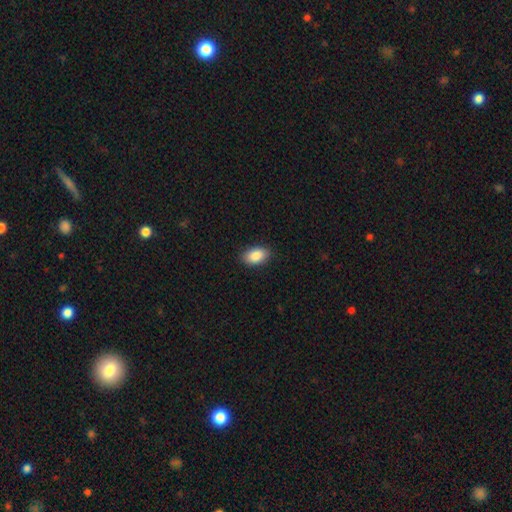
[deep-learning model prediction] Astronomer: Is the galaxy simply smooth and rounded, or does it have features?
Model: smooth — 89%.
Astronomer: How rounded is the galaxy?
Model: in between — 91%.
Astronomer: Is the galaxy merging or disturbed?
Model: none — 88%.